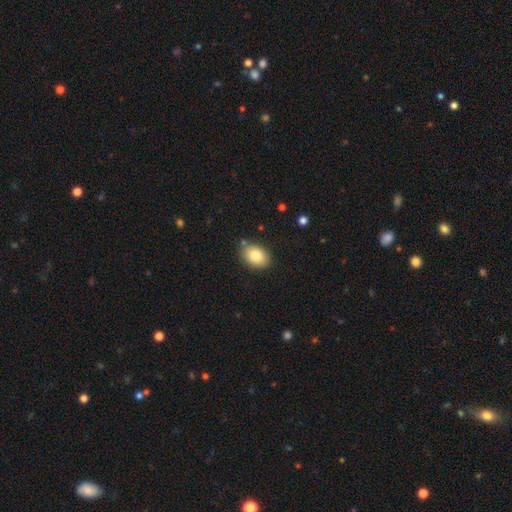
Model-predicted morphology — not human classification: The model was most divided on "how rounded": in between: 79%, round: 19%, cigar-shaped: 1%. More confident: merging — none (83%); smooth or featured — smooth (82%).